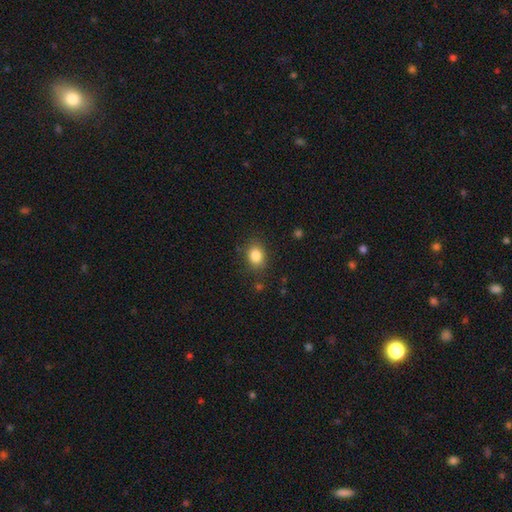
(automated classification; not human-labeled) A smooth galaxy with no disk features (85%) that is in between round and cigar-shaped (55%). Merging: none (82%).